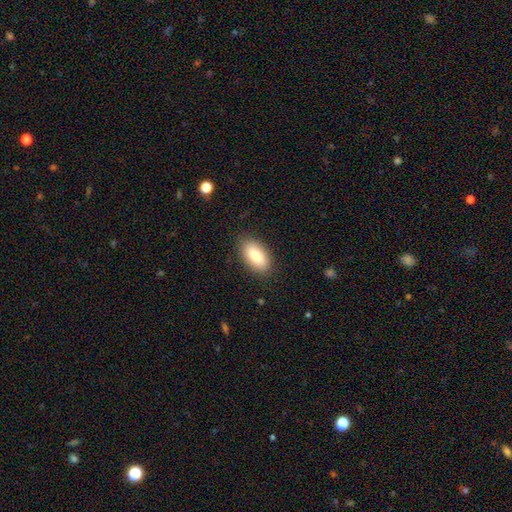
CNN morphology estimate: smooth_or_featured: smooth (p=0.83) [alt: featured or disk p=0.11]
how_rounded: in between (p=0.91) [alt: cigar-shaped p=0.06]
merging: none (p=0.86) [alt: minor disturbance p=0.10]